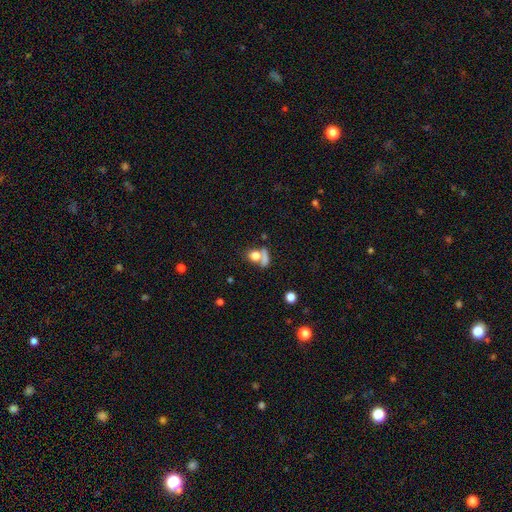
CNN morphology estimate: Q: Smooth or featured?
A: smooth (76%); runner-up: featured or disk (13%)
Q: How rounded?
A: round (61%); runner-up: in between (35%)
Q: Merging?
A: none (43%); runner-up: merger (39%)